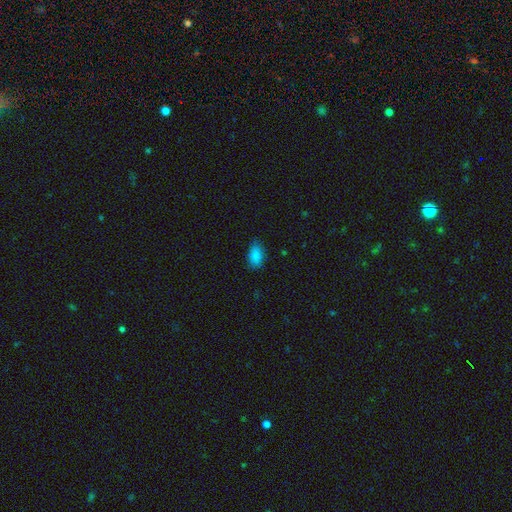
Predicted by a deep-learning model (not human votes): Smooth or featured?
  - smooth: 87% *
  - star or artifact: 9%
  - featured or disk: 4%
How rounded?
  - in between: 92% *
  - round: 6%
  - cigar-shaped: 3%
Merging?
  - none: 80% *
  - minor disturbance: 16%
  - major disturbance: 3%
  - merger: 1%